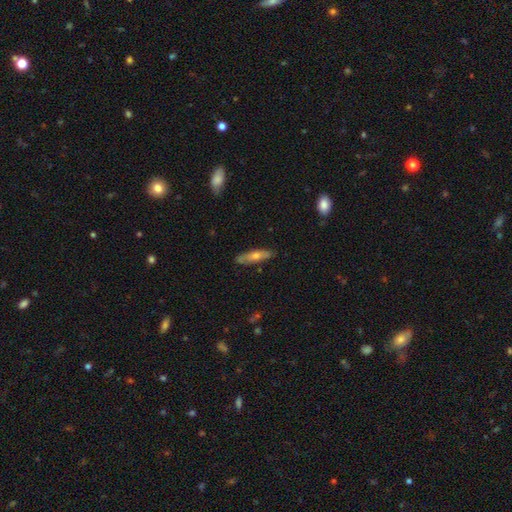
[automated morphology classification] Q: Smooth or featured?
A: smooth (50%); runner-up: featured or disk (43%)
Q: How rounded?
A: cigar-shaped (75%); runner-up: in between (23%)
Q: Merging?
A: none (85%); runner-up: minor disturbance (11%)